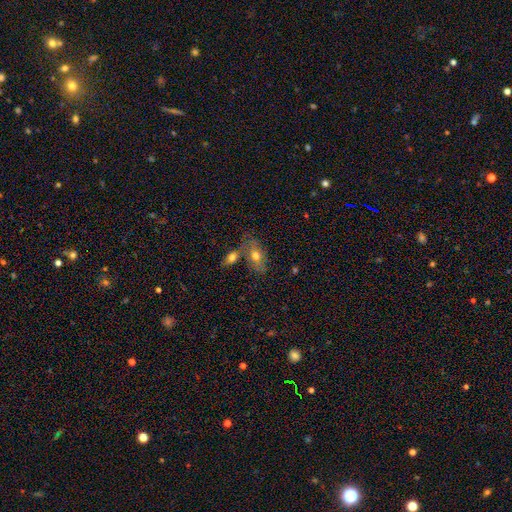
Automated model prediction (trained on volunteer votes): Smooth or featured? Predicted: smooth (p=0.69). How rounded? Predicted: in between (p=0.87). Merging? Predicted: none (p=0.48).